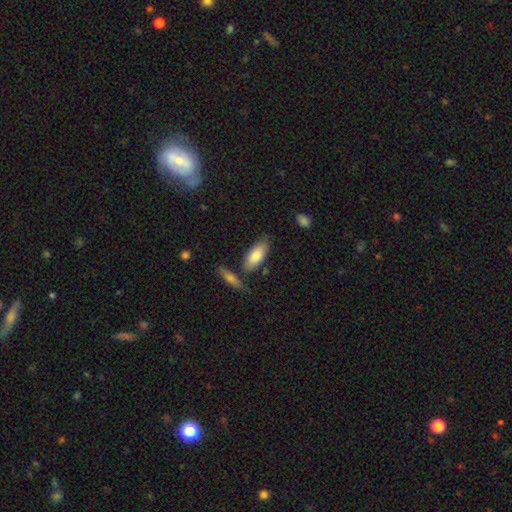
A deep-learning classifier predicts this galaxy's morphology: This appears to be a smooth galaxy with no disk features (81%) that is in between round and cigar-shaped (83%). Merging: none (70%).